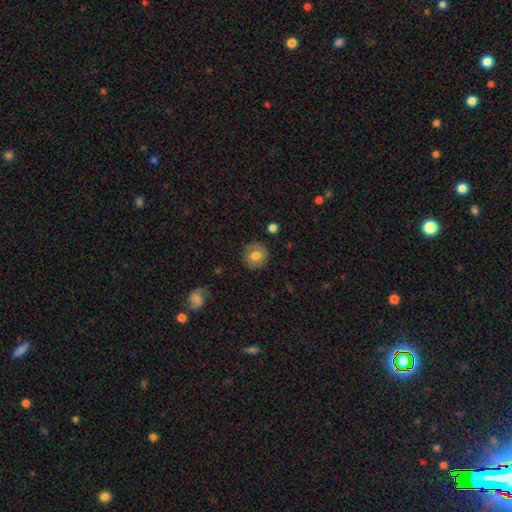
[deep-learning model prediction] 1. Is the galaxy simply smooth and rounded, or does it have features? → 74% smooth, 18% featured or disk, 8% star or artifact.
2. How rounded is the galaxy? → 90% round, 9% in between, 1% cigar-shaped.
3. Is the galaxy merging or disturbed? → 86% none, 10% minor disturbance, 3% major disturbance, 1% merger.